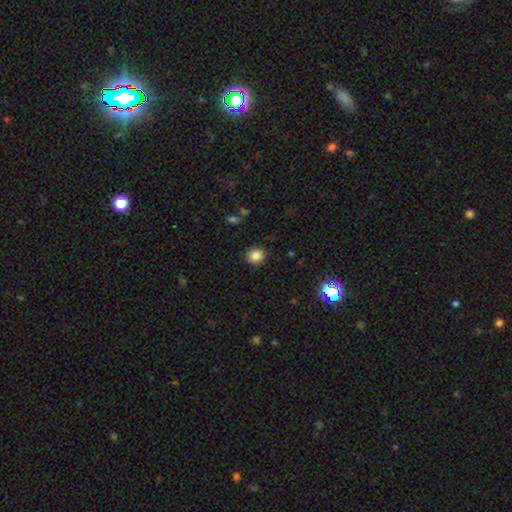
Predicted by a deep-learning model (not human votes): Smooth or featured?
  - smooth: 84% *
  - star or artifact: 11%
  - featured or disk: 5%
How rounded?
  - round: 87% *
  - in between: 12%
  - cigar-shaped: 1%
Merging?
  - none: 90% *
  - minor disturbance: 6%
  - major disturbance: 2%
  - merger: 1%